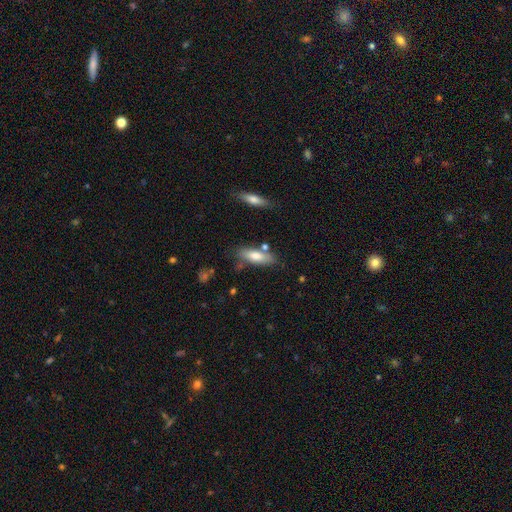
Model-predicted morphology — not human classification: A smooth galaxy with no disk features (74%) that is in between round and cigar-shaped (54%). Merging: none (71%).